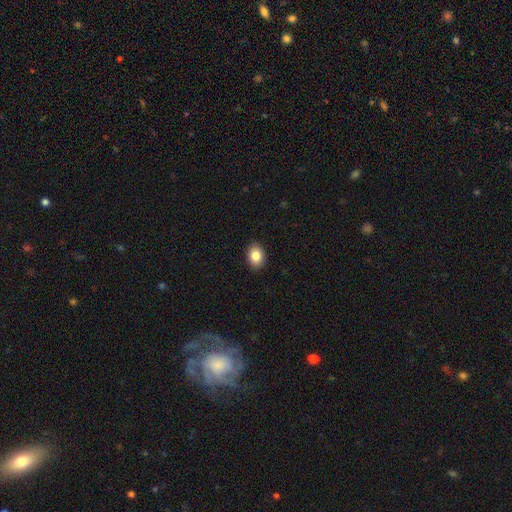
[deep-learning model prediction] A smooth galaxy with no disk features (85%) that is in between round and cigar-shaped (73%).

Vote fractions:
- Smooth or featured? smooth: 85% / star or artifact: 8% / featured or disk: 7%
- How rounded? in between: 73% / round: 26% / cigar-shaped: 1%
- Merging? none: 90% / minor disturbance: 8% / major disturbance: 2% / merger: 1%